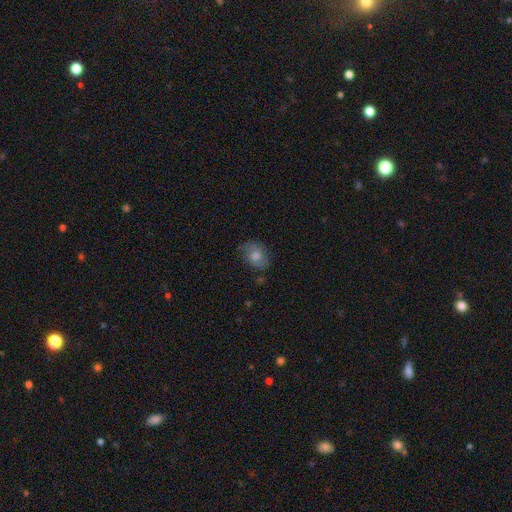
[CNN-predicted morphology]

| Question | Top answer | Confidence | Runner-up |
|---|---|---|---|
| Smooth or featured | smooth | 57% | featured or disk (30%) |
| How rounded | in between | 67% | round (31%) |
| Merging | none | 72% | minor disturbance (21%) |